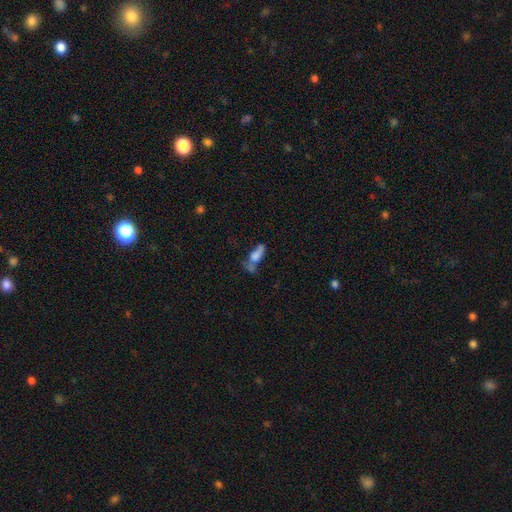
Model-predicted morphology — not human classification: Overall: smooth (58%; featured or disk 28%). How rounded: in between (68%). Merging: merger (31%; major disturbance 27%).